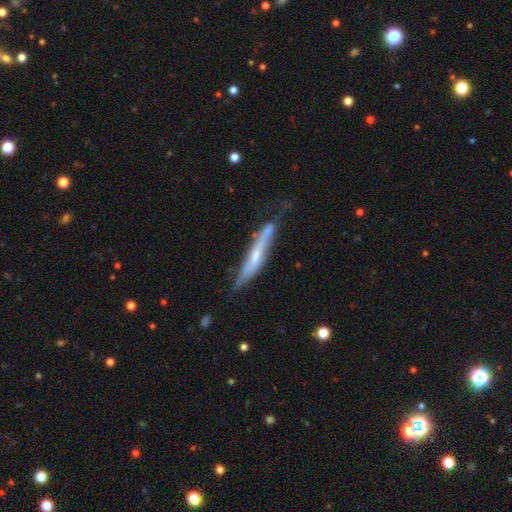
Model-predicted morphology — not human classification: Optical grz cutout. It shows a featured or disk galaxy (60%) viewed edge-on (81%). Merging: none (53%).